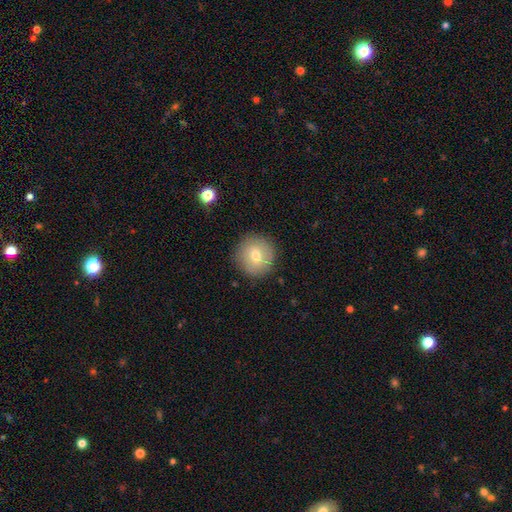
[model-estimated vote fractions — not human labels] Morphology: type=smooth (73%); roundness=round (93%); merging=none (88%).